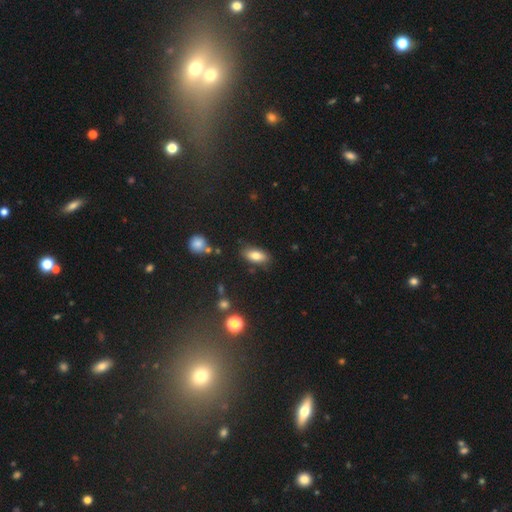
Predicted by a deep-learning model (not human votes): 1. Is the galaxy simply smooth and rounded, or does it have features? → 81% smooth, 11% featured or disk, 8% star or artifact.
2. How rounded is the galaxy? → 87% in between, 9% cigar-shaped, 4% round.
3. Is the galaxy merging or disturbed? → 82% none, 13% minor disturbance, 3% major disturbance, 3% merger.